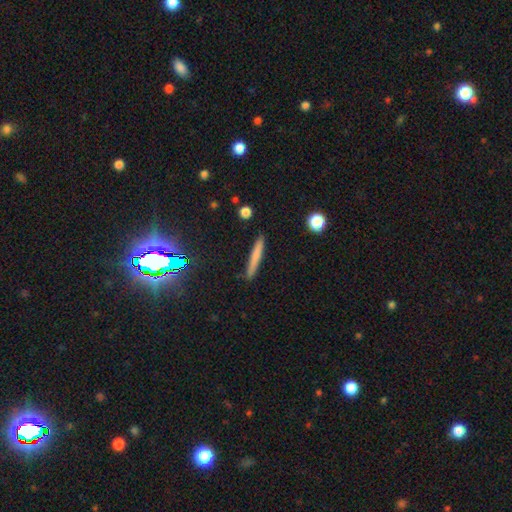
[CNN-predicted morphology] This is likely a smooth galaxy (69%). How rounded: clearly cigar-shaped (95%). Merging: clearly none (89%).